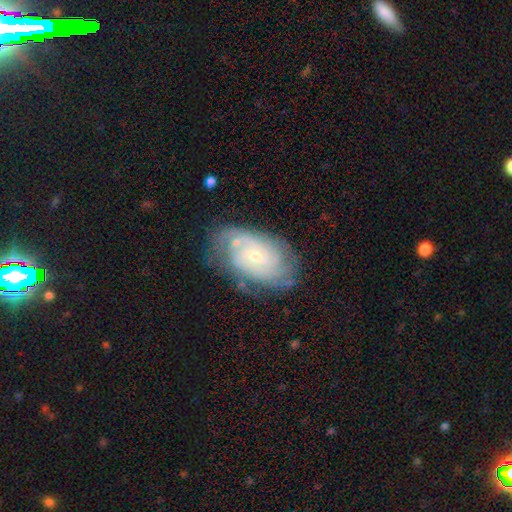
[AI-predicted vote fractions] smooth-or-featured: featured or disk: 83% | smooth: 11% | star or artifact: 6%
  disk-edge-on: no: 96% | yes: 4%
    bar: no: 59% | weak: 35% | strong: 7%
    has-spiral-arms: yes: 95% | no: 5%
      spiral-winding: tight: 70% | medium: 25% | loose: 5%
      spiral-arm-count: can't tell: 35% | 2: 25% | 3: 18% | 4: 12% | more than 4: 6% | 1: 5%
    bulge-size: small: 73% | moderate: 23% | none: 1% | large: 1% | dominant: 1%
  merging: none: 73% | minor disturbance: 18% | major disturbance: 6% | merger: 3%